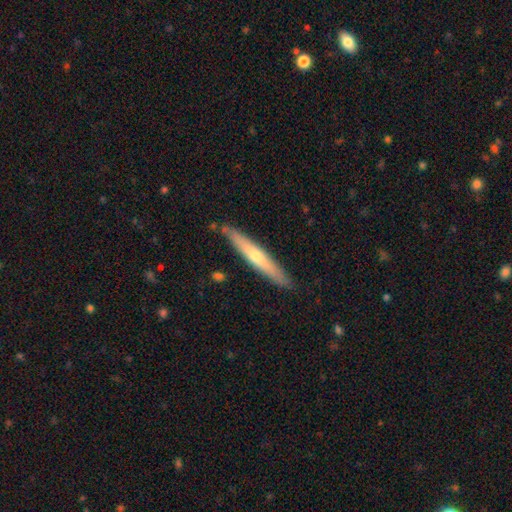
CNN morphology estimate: smooth_or_featured: smooth (p=0.50) [alt: featured or disk p=0.45]
merging: none (p=0.87) [alt: minor disturbance p=0.10]